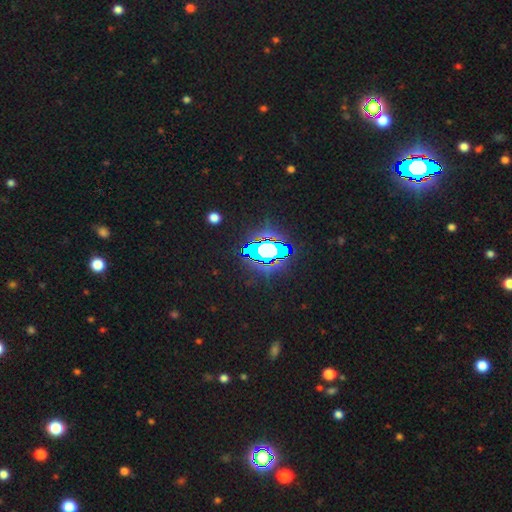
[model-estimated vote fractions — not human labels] Overall: star or artifact (83%).